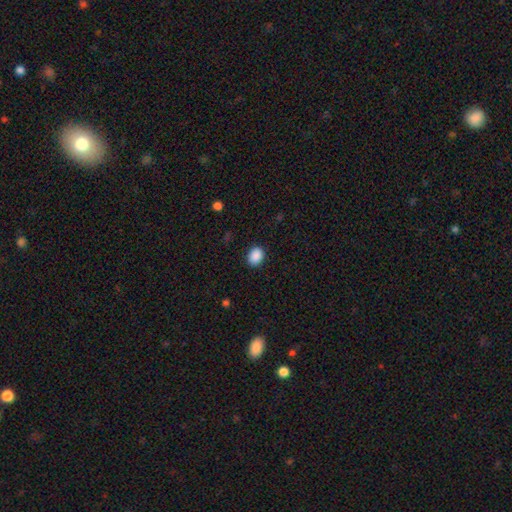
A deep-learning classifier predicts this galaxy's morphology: A smooth galaxy with no disk features (89%) that is in between round and cigar-shaped (56%).

Vote fractions:
- Smooth or featured? smooth: 89% / star or artifact: 8% / featured or disk: 2%
- How rounded? in between: 56% / round: 43% / cigar-shaped: 1%
- Merging? none: 89% / minor disturbance: 8% / major disturbance: 2% / merger: 1%